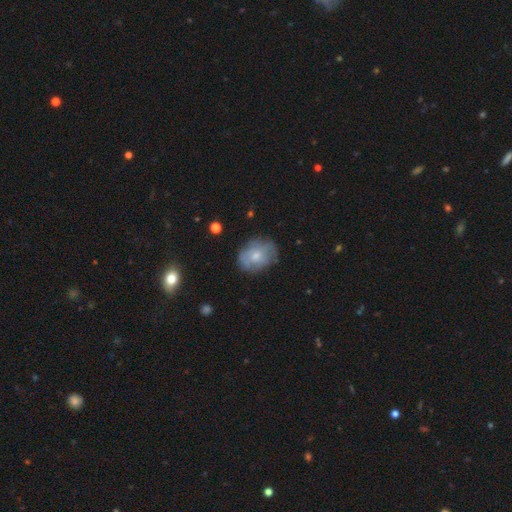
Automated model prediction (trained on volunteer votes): Smooth or featured?
  - smooth: 57% *
  - featured or disk: 35%
  - star or artifact: 7%
How rounded?
  - in between: 62% *
  - round: 37%
  - cigar-shaped: 1%
Merging?
  - none: 69% *
  - minor disturbance: 22%
  - major disturbance: 7%
  - merger: 2%